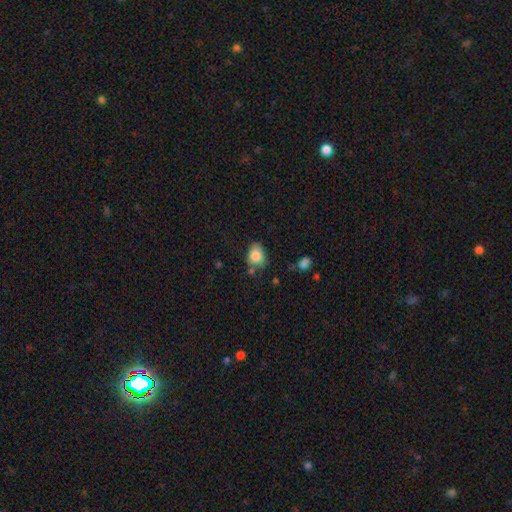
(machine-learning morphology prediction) Overall: smooth (83%). How rounded: in between (62%; round 37%). Merging: none (58%; minor disturbance 27%).